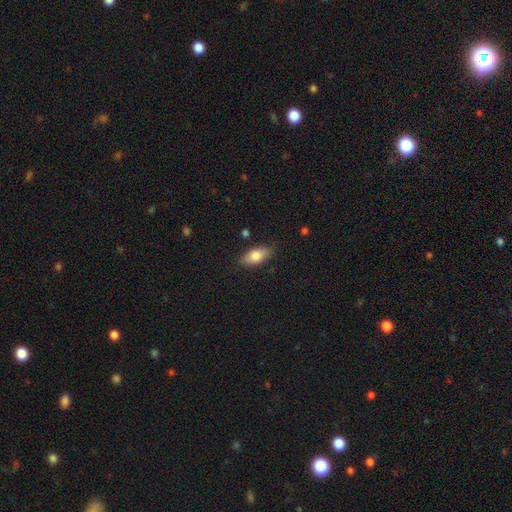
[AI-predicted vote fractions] Smooth or featured? Predicted: smooth (p=0.78). How rounded? Predicted: in between (p=0.86). Merging? Predicted: none (p=0.84).